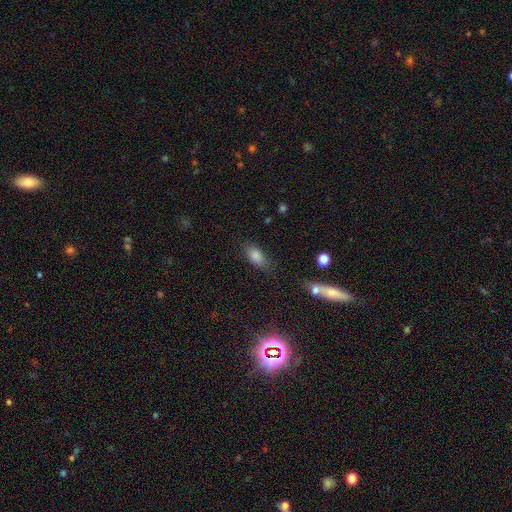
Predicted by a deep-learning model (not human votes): Smooth or featured? Predicted: smooth (p=0.80). How rounded? Predicted: in between (p=0.85). Merging? Predicted: none (p=0.74).